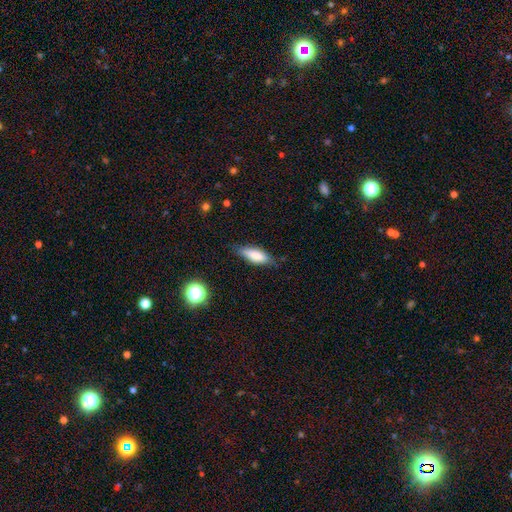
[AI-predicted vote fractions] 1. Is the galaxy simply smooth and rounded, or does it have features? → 77% smooth, 16% featured or disk, 7% star or artifact.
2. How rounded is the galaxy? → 60% in between, 38% cigar-shaped, 2% round.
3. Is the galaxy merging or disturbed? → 77% none, 18% minor disturbance, 4% major disturbance, 2% merger.